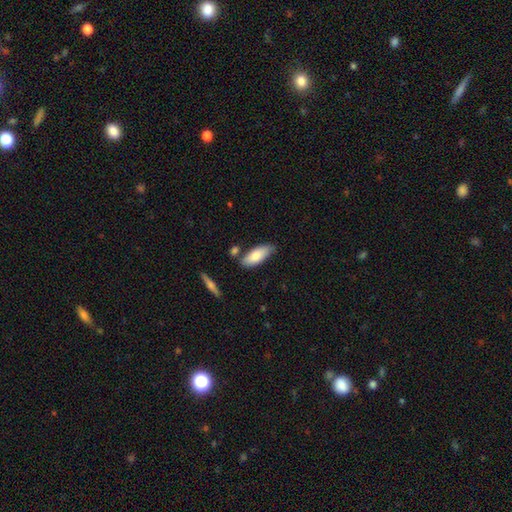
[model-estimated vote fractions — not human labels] smooth-or-featured: smooth: 77% | featured or disk: 17% | star or artifact: 6%
  how-rounded: in between: 76% | cigar-shaped: 22% | round: 2%
  merging: none: 69% | minor disturbance: 19% | merger: 8% | major disturbance: 3%